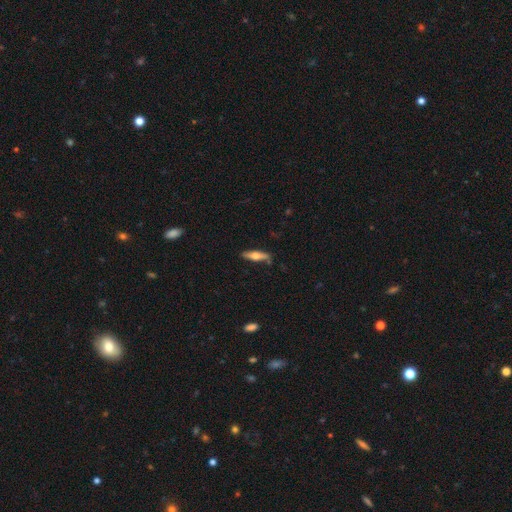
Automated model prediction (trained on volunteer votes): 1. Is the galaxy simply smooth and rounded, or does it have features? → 52% smooth, 43% featured or disk, 6% star or artifact.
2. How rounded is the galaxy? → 71% cigar-shaped, 26% in between, 2% round.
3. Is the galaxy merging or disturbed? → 76% none, 18% minor disturbance, 3% major disturbance, 3% merger.